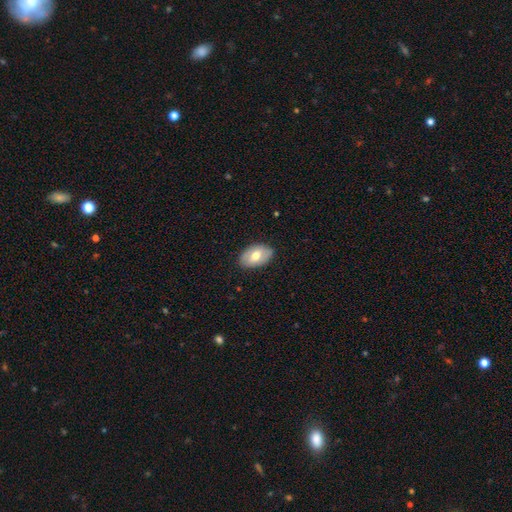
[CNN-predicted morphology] Q: Smooth or featured?
A: smooth (58%); runner-up: featured or disk (36%)
Q: How rounded?
A: in between (91%); runner-up: round (8%)
Q: Merging?
A: none (85%); runner-up: minor disturbance (12%)